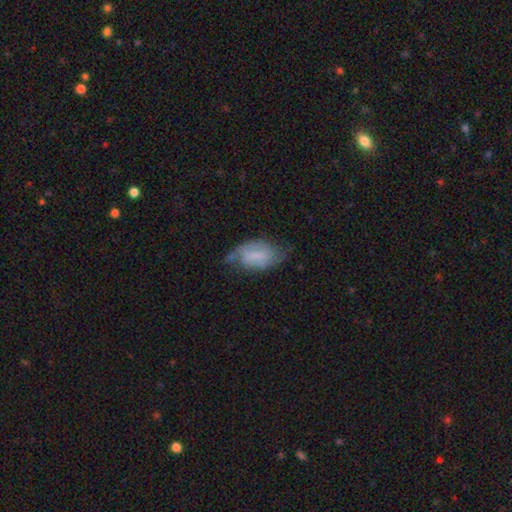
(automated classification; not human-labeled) The model was most divided on "smooth or featured": featured or disk: 47%, smooth: 45%, star or artifact: 8%. Remaining: merging — none (49%).